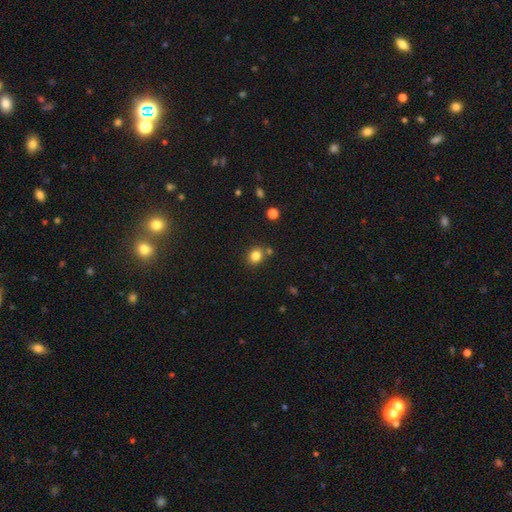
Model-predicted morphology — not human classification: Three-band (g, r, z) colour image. It shows a smooth galaxy with no disk features (83%) that is round (71%). Merging: none (77%).